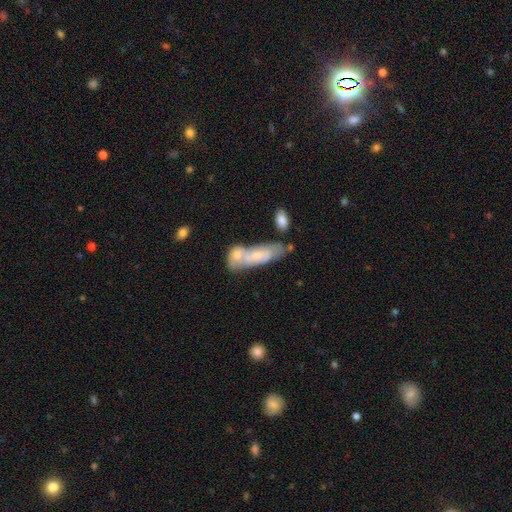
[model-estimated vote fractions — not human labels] This appears to be a featured or disk galaxy (46%, tied with smooth). Merging: merger (51%).